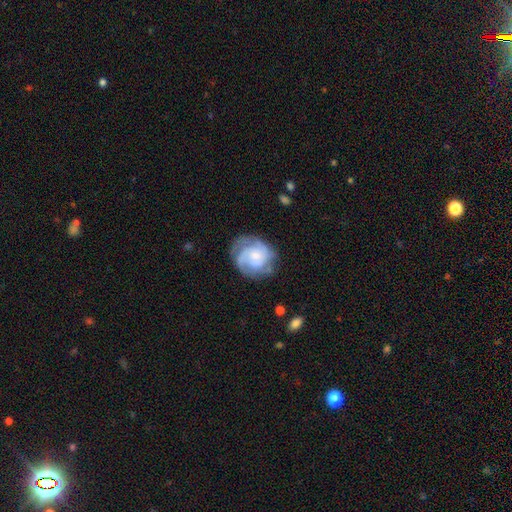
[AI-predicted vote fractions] This appears to be a featured or disk galaxy (75%) with no bar (75%), 3 (33%) tight (51%) spiral arms (92%) and a small central bulge (65%). Merging: none (66%).